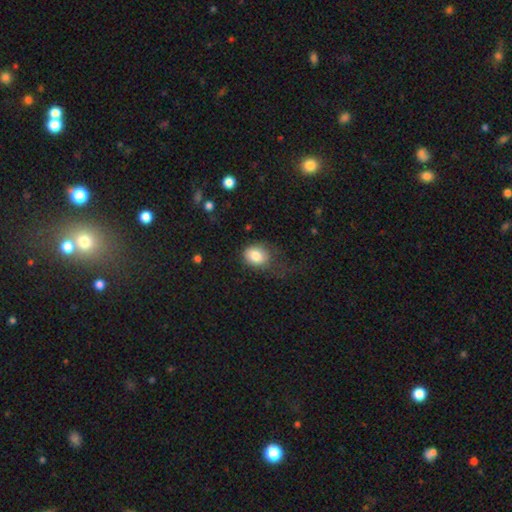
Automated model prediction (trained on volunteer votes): A smooth galaxy with no disk features (82%) that is in between round and cigar-shaped (56%). Merging: none (42%).